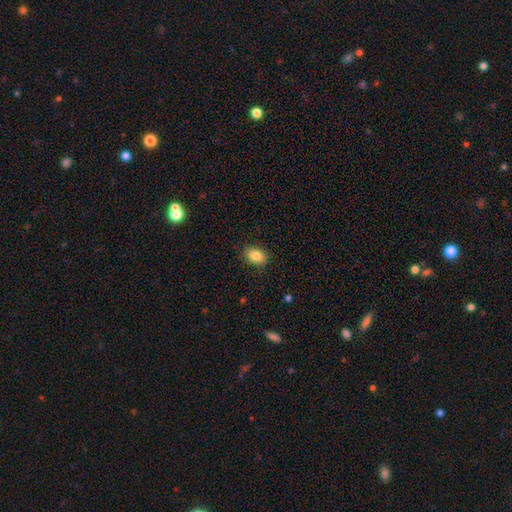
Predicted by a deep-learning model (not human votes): Smooth or featured? Predicted: smooth (p=0.84). How rounded? Predicted: in between (p=0.74). Merging? Predicted: none (p=0.86).